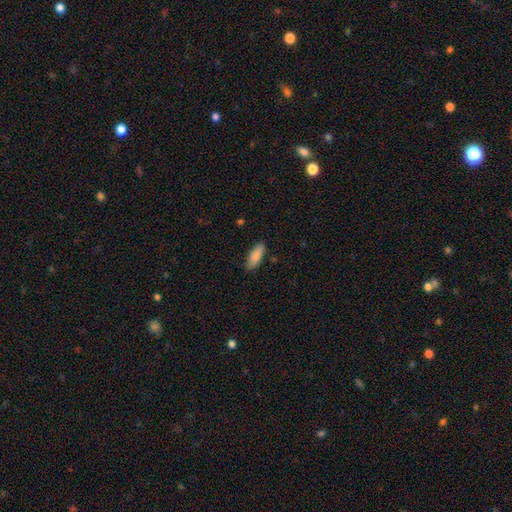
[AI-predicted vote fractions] Overall: smooth (84%). How rounded: in between (73%). Merging: none (87%).